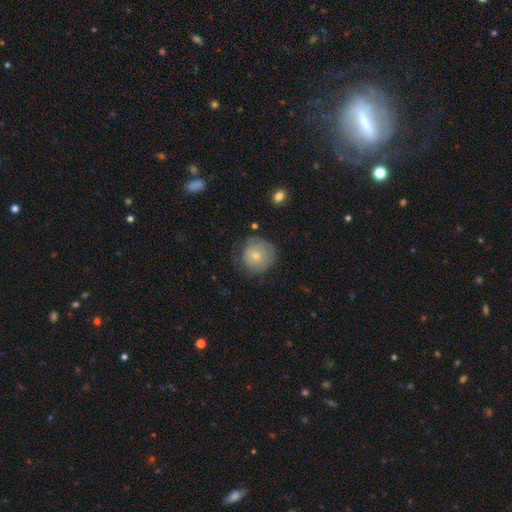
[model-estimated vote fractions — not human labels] Overall: smooth (66%). How rounded: round (92%). Merging: none (61%; minor disturbance 26%).